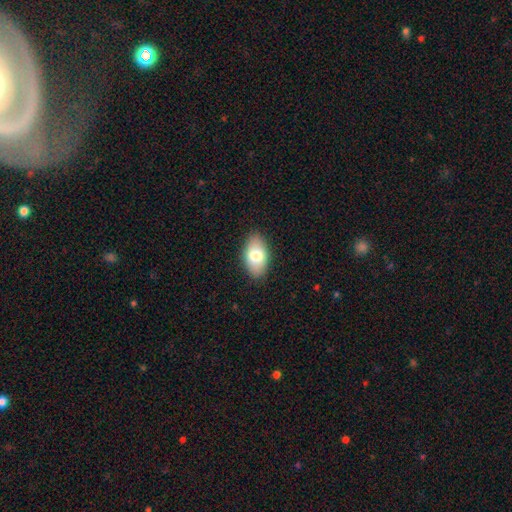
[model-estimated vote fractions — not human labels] Q: Smooth or featured?
A: smooth (75%); runner-up: featured or disk (18%)
Q: How rounded?
A: in between (93%); runner-up: round (5%)
Q: Merging?
A: none (87%); runner-up: minor disturbance (10%)